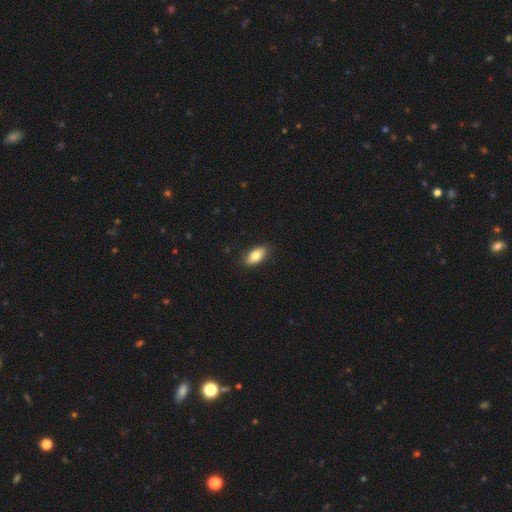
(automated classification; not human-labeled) A smooth galaxy with no disk features (80%) that is in between round and cigar-shaped (91%).

Vote fractions:
- Smooth or featured? smooth: 80% / featured or disk: 14% / star or artifact: 6%
- How rounded? in between: 91% / cigar-shaped: 6% / round: 4%
- Merging? none: 87% / minor disturbance: 10% / major disturbance: 2% / merger: 1%